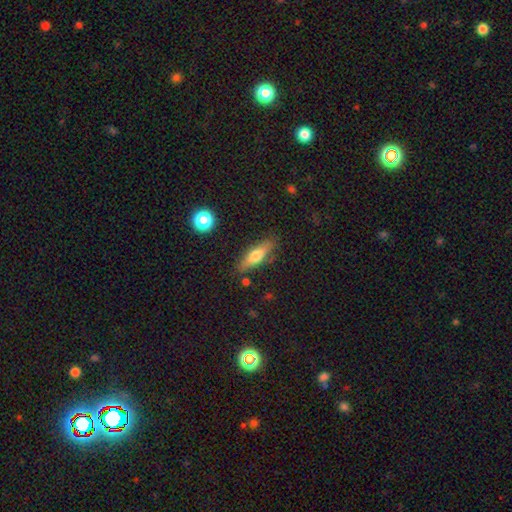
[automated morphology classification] Smooth or featured? smooth (62%)
How rounded? cigar-shaped (58%)
Merging? none (81%)